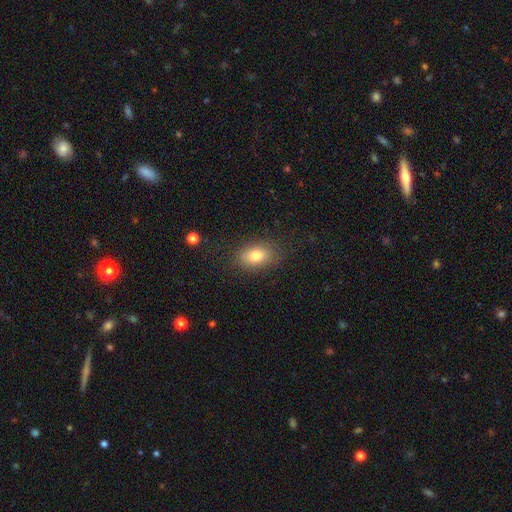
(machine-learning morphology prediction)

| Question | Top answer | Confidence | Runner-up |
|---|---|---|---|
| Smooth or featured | smooth | 79% | featured or disk (12%) |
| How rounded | in between | 85% | round (13%) |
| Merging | none | 82% | minor disturbance (12%) |